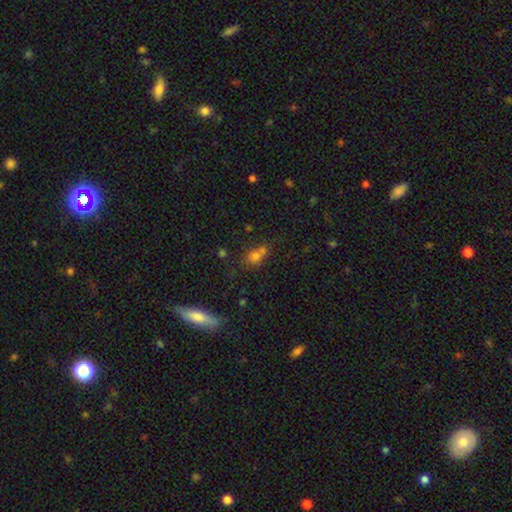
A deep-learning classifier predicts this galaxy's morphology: Smooth or featured?
  - smooth: 64% *
  - star or artifact: 24%
  - featured or disk: 12%
How rounded?
  - round: 48% *
  - in between: 46%
  - cigar-shaped: 6%
Merging?
  - none: 49% *
  - merger: 33%
  - minor disturbance: 12%
  - major disturbance: 5%